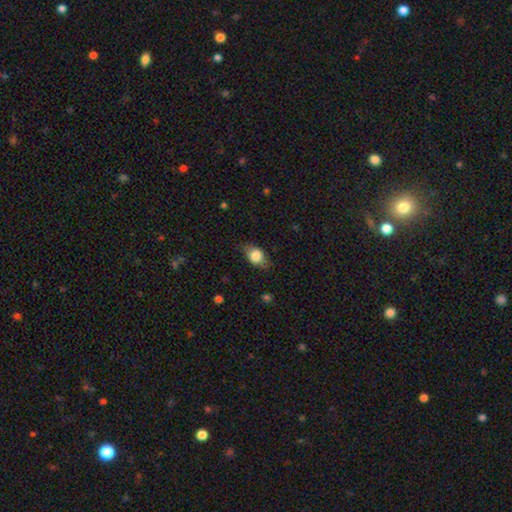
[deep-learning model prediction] Smooth or featured: smooth — 76% (featured or disk — 16%)
How rounded: in between — 75% (round — 22%)
Merging: none — 74% (minor disturbance — 20%)